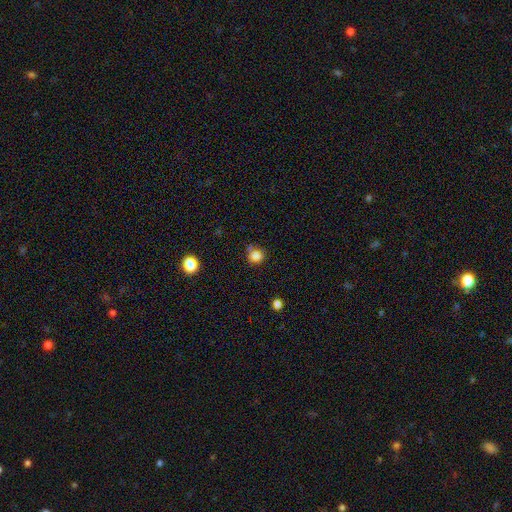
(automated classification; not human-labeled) This appears to be a smooth galaxy with no disk features (83%) that is round (89%). Merging: none (66%).